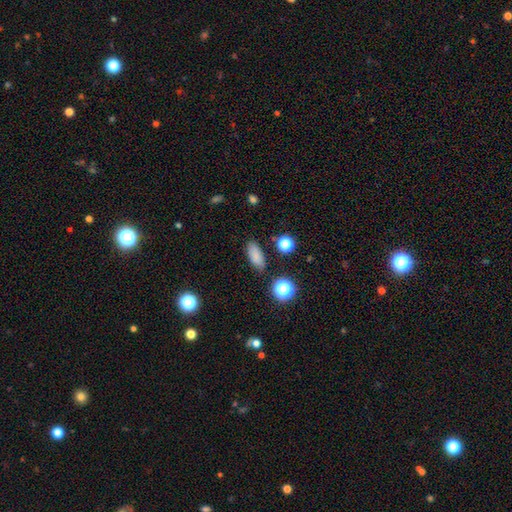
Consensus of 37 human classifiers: Smooth or featured? 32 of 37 (86%) said smooth. How rounded? 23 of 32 (72%) said in between. Merging? 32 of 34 (94%) said none.